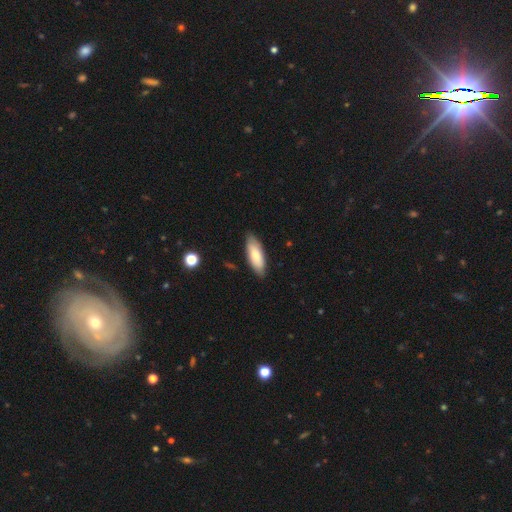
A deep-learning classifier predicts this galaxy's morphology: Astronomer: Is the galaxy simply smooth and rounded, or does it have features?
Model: smooth — 79%.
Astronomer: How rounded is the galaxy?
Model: in between — 68%.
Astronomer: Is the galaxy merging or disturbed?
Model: none — 83%.